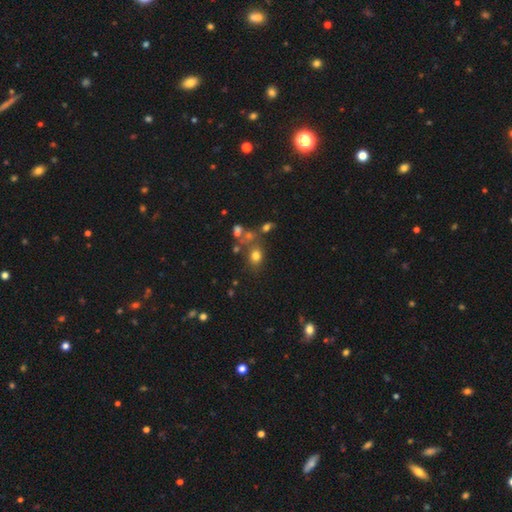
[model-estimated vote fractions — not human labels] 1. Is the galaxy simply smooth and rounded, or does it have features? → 71% smooth, 17% star or artifact, 12% featured or disk.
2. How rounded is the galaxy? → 54% round, 45% in between, 1% cigar-shaped.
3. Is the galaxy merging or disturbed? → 60% none, 19% merger, 14% minor disturbance, 7% major disturbance.